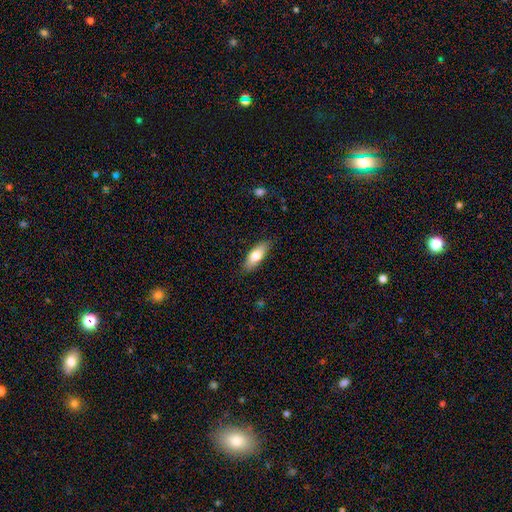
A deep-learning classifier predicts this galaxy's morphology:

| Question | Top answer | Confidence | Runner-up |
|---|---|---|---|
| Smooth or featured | smooth | 74% | featured or disk (20%) |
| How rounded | in between | 68% | cigar-shaped (29%) |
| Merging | none | 85% | minor disturbance (12%) |